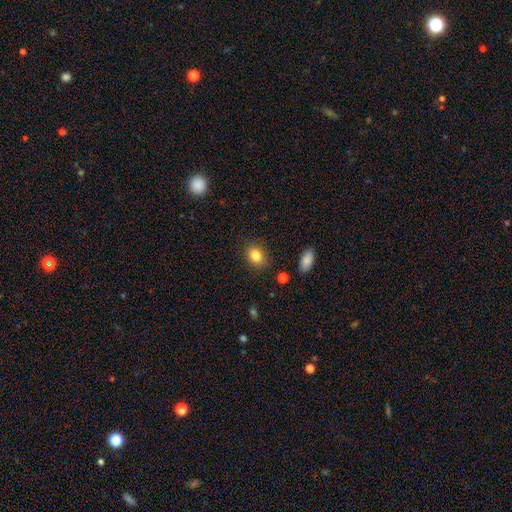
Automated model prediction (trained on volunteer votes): The model was most divided on "how rounded": in between: 58%, round: 41%, cigar-shaped: 1%. More confident: merging — none (86%); smooth or featured — smooth (84%).